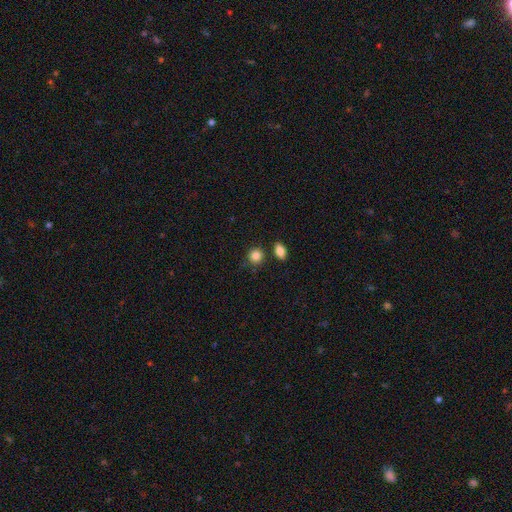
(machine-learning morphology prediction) Q: Smooth or featured?
A: smooth (85%); runner-up: star or artifact (10%)
Q: How rounded?
A: round (83%); runner-up: in between (15%)
Q: Merging?
A: none (78%); runner-up: minor disturbance (10%)